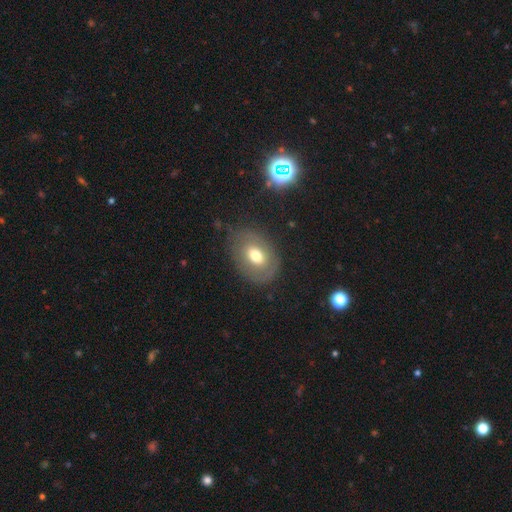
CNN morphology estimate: Smooth or featured?
  - smooth: 53% *
  - featured or disk: 38%
  - star or artifact: 9%
How rounded?
  - in between: 74% *
  - round: 24%
  - cigar-shaped: 1%
Merging?
  - none: 72% *
  - minor disturbance: 18%
  - major disturbance: 9%
  - merger: 2%